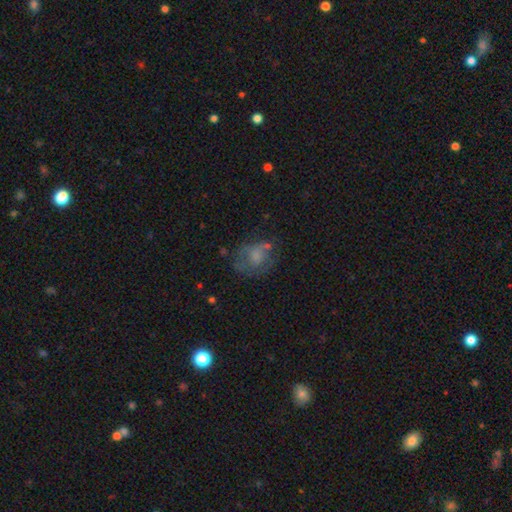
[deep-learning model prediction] Smooth or featured?
  - smooth: 48% *
  - featured or disk: 40%
  - star or artifact: 12%
Merging?
  - none: 44% *
  - major disturbance: 27%
  - minor disturbance: 24%
  - merger: 5%